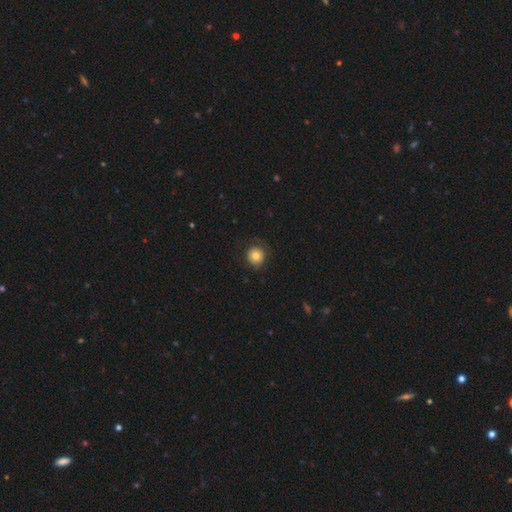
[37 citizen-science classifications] Volunteers were most divided on "merging": none: 71%, minor disturbance: 14%, major disturbance: 14%, merger: 0%. More confident: how rounded — round (91%); smooth or featured — smooth (89%).